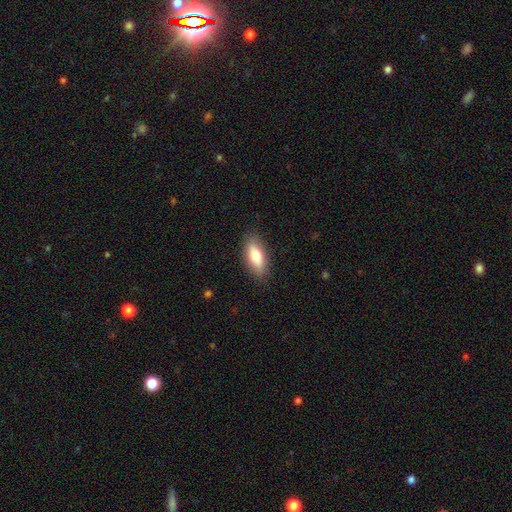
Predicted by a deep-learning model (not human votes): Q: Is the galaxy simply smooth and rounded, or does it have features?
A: smooth — 75%.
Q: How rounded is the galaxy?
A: in between — 76%.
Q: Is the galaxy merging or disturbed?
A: none — 86%.